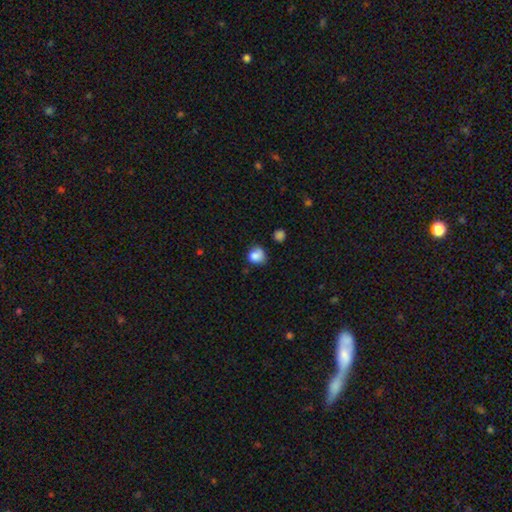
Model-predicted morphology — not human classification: Smooth or featured? Predicted: smooth (p=0.85). How rounded? Predicted: round (p=0.76). Merging? Predicted: none (p=0.56).